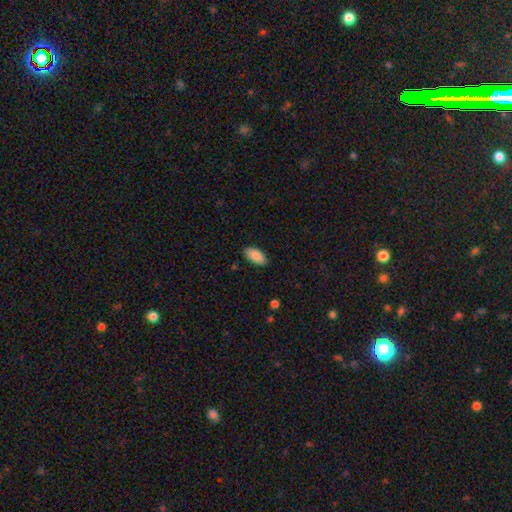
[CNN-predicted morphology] Smooth or featured? smooth (89%)
How rounded? in between (93%)
Merging? none (87%)